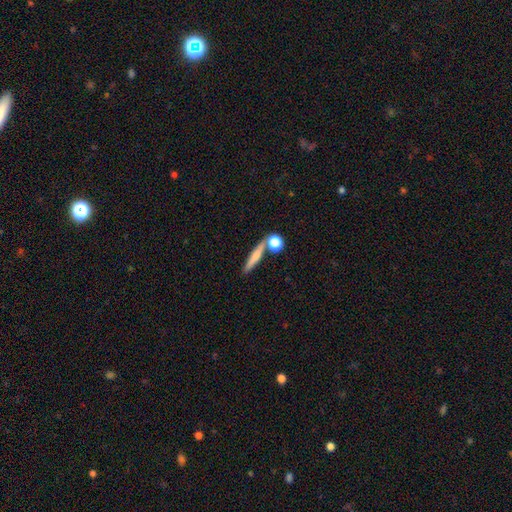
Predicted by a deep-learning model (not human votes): Smooth or featured?
  - smooth: 55% *
  - featured or disk: 37%
  - star or artifact: 9%
How rounded?
  - cigar-shaped: 73% *
  - in between: 14%
  - round: 13%
Merging?
  - none: 71% *
  - merger: 16%
  - minor disturbance: 10%
  - major disturbance: 3%